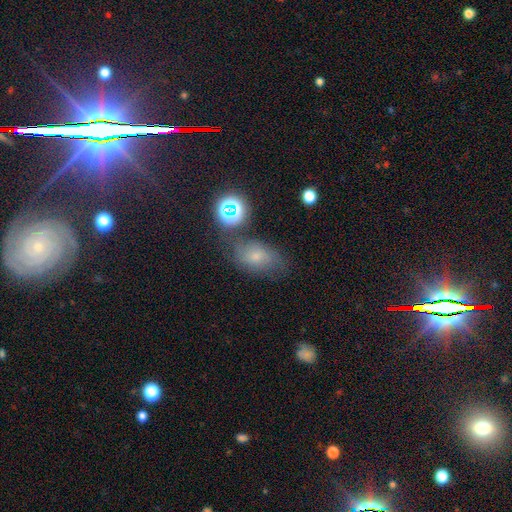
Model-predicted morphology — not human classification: A smooth galaxy with no disk features (52%) that is in between round and cigar-shaped (79%).

Vote fractions:
- Smooth or featured? smooth: 52% / featured or disk: 24% / star or artifact: 24%
- How rounded? in between: 79% / round: 19% / cigar-shaped: 2%
- Merging? none: 57% / minor disturbance: 25% / major disturbance: 11% / merger: 6%